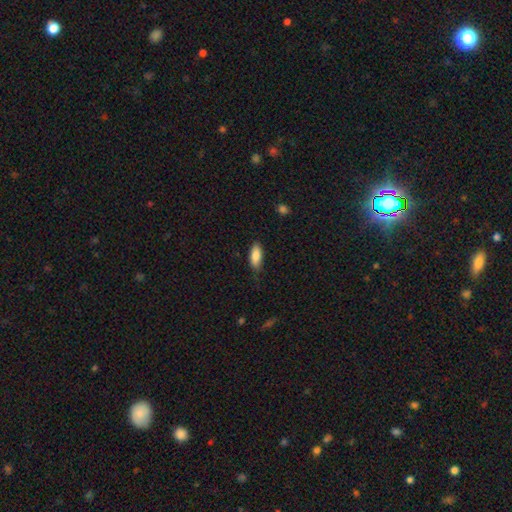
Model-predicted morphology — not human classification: Q: Smooth or featured?
A: smooth (86%); runner-up: featured or disk (7%)
Q: How rounded?
A: in between (78%); runner-up: cigar-shaped (20%)
Q: Merging?
A: none (80%); runner-up: minor disturbance (16%)